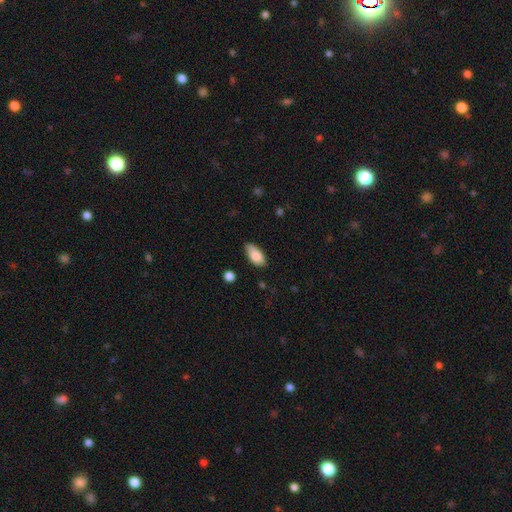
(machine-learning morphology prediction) Smooth or featured? smooth (86%)
How rounded? in between (91%)
Merging? none (71%)